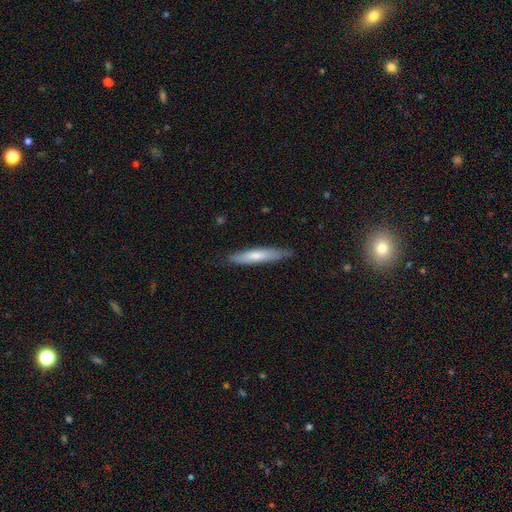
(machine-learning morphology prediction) smooth 66%, featured or disk 29%, star or artifact 5%. Down the decision tree: how rounded — cigar-shaped (89%); merging — none (81%).